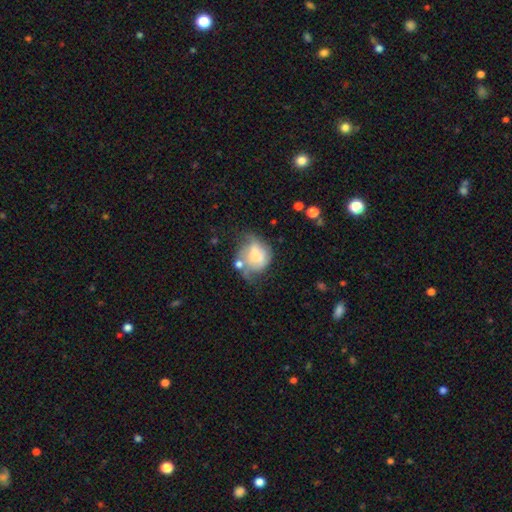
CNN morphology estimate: smooth 49%, featured or disk 42%, star or artifact 9%. Down the decision tree: merging — major disturbance (34%).